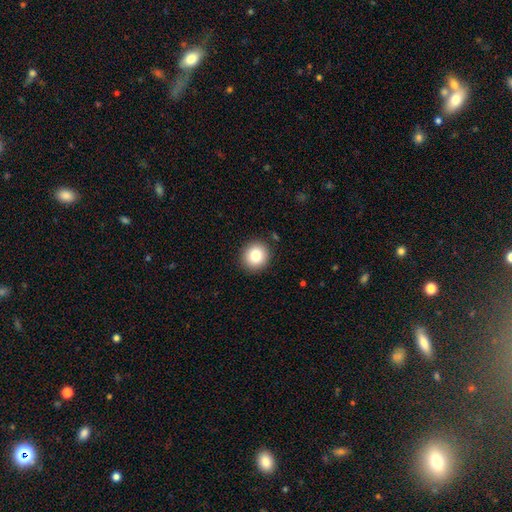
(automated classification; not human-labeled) Morphology: type=smooth (81%); roundness=round (89%); merging=none (91%).